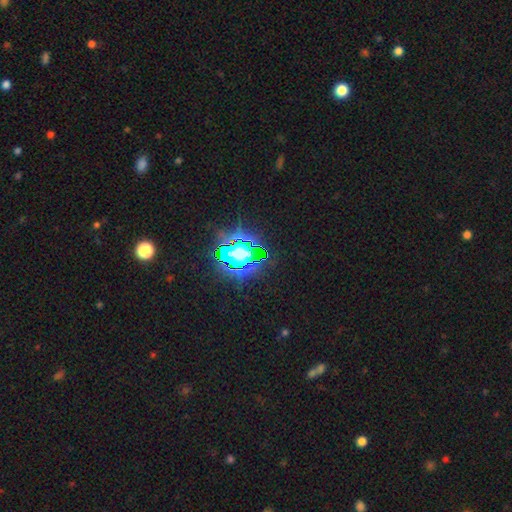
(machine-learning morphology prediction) star or artifact 67%, smooth 20%, featured or disk 13%.